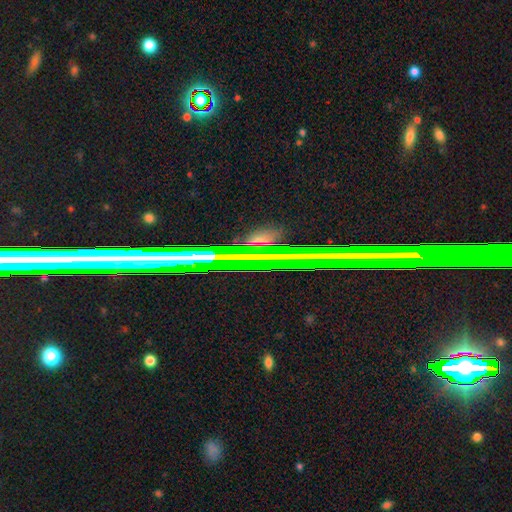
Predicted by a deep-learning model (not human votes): smooth-or-featured: star or artifact: 60% | featured or disk: 28% | smooth: 12%